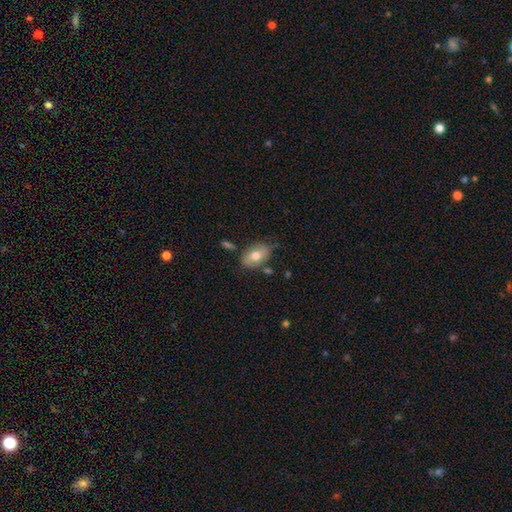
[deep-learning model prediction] A smooth galaxy with no disk features (71%) that is in between round and cigar-shaped (86%). Merging: none (69%).